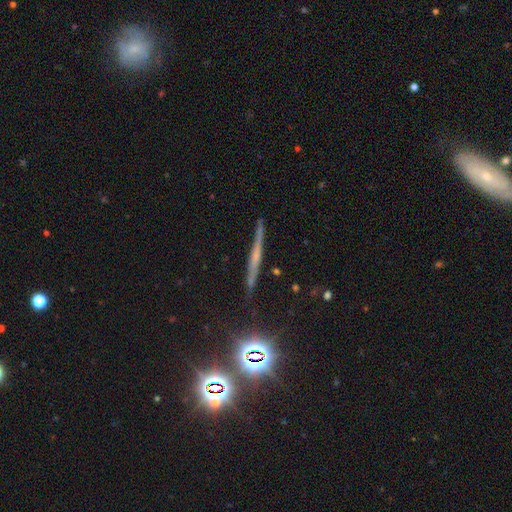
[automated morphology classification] A featured or disk galaxy (55%) viewed edge-on (96%) with no central bulge (53%). Merging: none (86%).